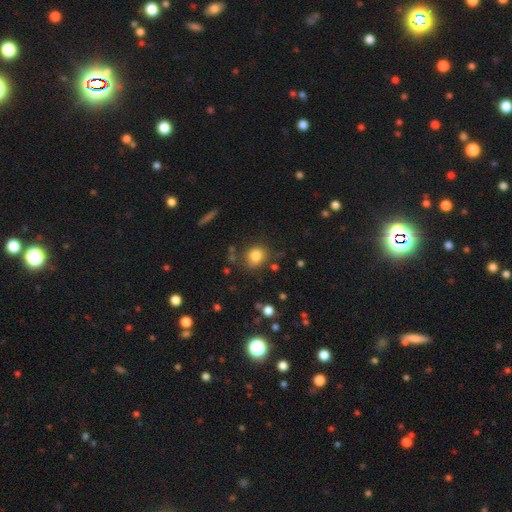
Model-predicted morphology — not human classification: Smooth or featured? smooth (81%)
How rounded? round (71%)
Merging? none (74%)